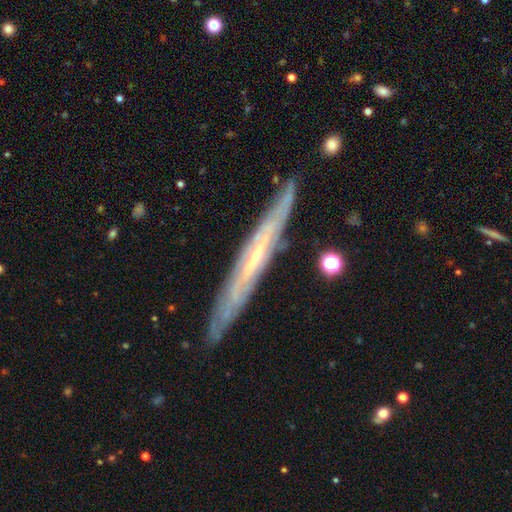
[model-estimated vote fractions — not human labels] Q: Smooth or featured?
A: featured or disk (79%); runner-up: smooth (15%)
Q: Edge-on disk?
A: yes (82%); runner-up: no (18%)
Q: Edge-on bulge?
A: rounded (51%); runner-up: none (46%)
Q: Merging?
A: none (85%); runner-up: minor disturbance (12%)